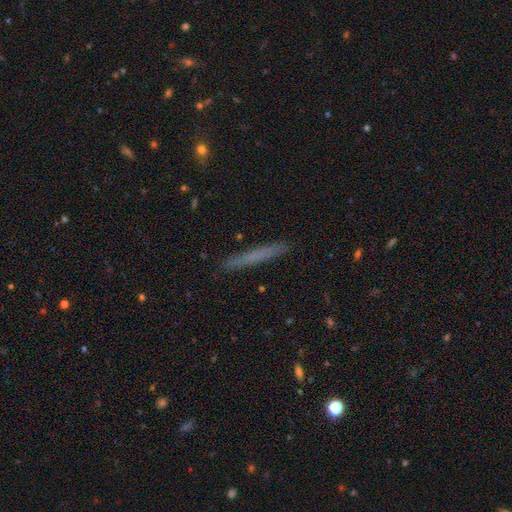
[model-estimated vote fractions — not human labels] A smooth galaxy with no disk features (62%) that is cigar-shaped (96%). Merging: none (91%).